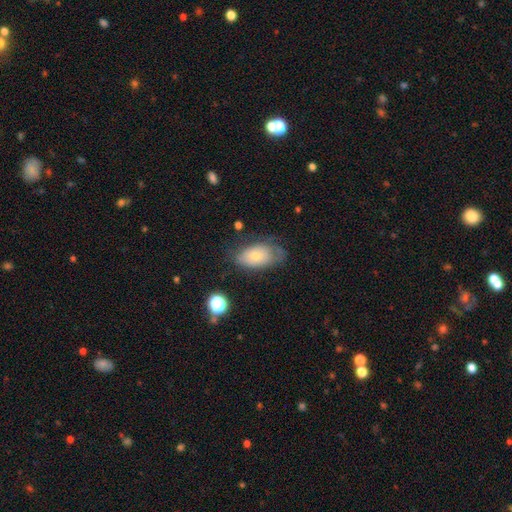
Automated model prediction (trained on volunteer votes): Smooth or featured?
  - smooth: 63% *
  - featured or disk: 28%
  - star or artifact: 9%
How rounded?
  - in between: 90% *
  - round: 9%
  - cigar-shaped: 2%
Merging?
  - none: 48% *
  - minor disturbance: 32%
  - major disturbance: 19%
  - merger: 2%